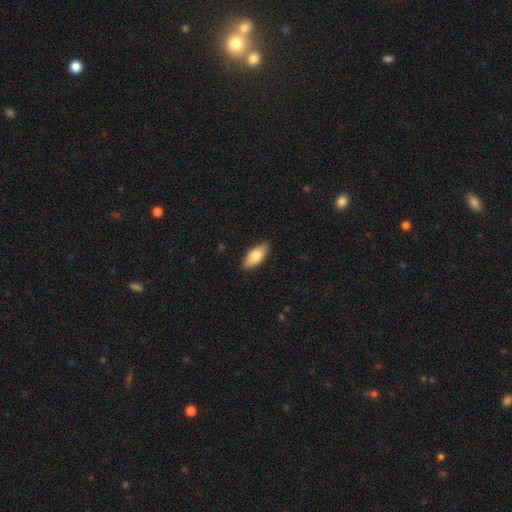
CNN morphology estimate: Q: Smooth or featured?
A: smooth (77%); runner-up: featured or disk (17%)
Q: How rounded?
A: in between (85%); runner-up: cigar-shaped (13%)
Q: Merging?
A: none (89%); runner-up: minor disturbance (9%)